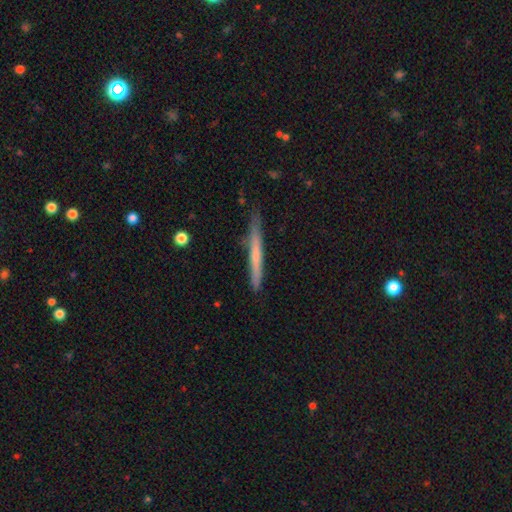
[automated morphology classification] A smooth galaxy with no disk features (52%) that is cigar-shaped (96%). Merging: none (80%).